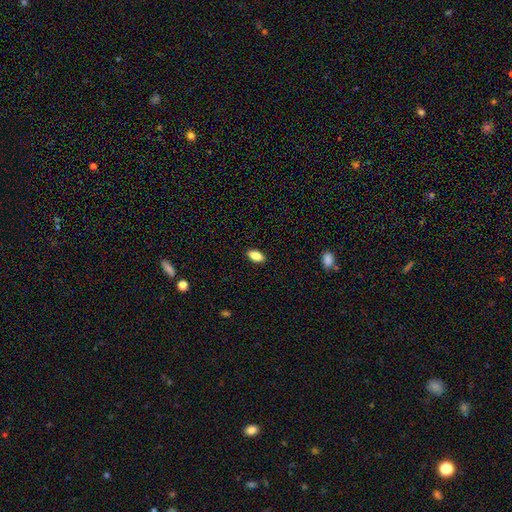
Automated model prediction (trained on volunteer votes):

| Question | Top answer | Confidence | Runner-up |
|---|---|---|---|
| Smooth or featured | smooth | 85% | star or artifact (8%) |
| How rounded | in between | 89% | cigar-shaped (7%) |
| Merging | none | 89% | minor disturbance (8%) |